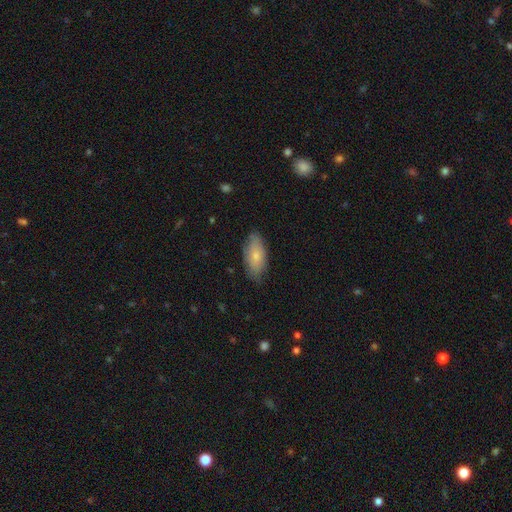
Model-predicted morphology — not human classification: Q: Smooth or featured?
A: smooth (74%); runner-up: featured or disk (20%)
Q: How rounded?
A: in between (88%); runner-up: cigar-shaped (9%)
Q: Merging?
A: none (77%); runner-up: minor disturbance (19%)